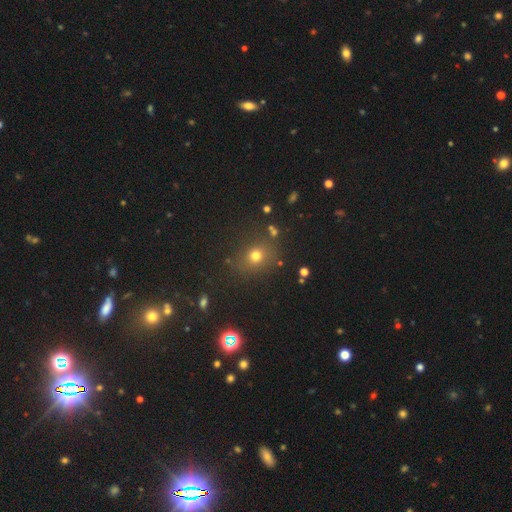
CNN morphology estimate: smooth-or-featured: smooth: 70% | star or artifact: 21% | featured or disk: 9%
  how-rounded: round: 75% | in between: 24% | cigar-shaped: 1%
  merging: none: 80% | minor disturbance: 11% | major disturbance: 4% | merger: 4%